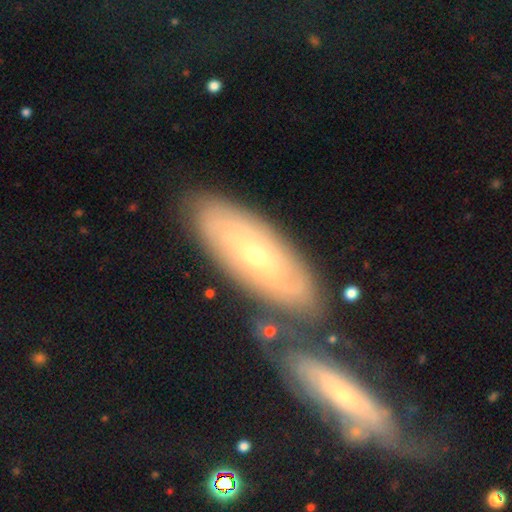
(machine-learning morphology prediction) Smooth or featured? Predicted: featured or disk (p=0.68). Edge-on disk? Predicted: no (p=0.85). Bar? Predicted: no (p=0.77). Spiral arms? Predicted: yes (p=0.79). Bulge size? Predicted: small (p=0.64). Merging? Predicted: none (p=0.68).